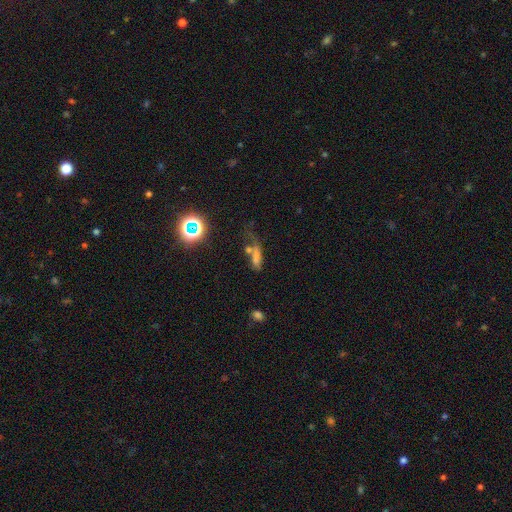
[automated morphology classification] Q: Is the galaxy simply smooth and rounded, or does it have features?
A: smooth — 57%.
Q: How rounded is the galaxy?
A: in between — 49%.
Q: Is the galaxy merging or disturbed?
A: none — 31%.